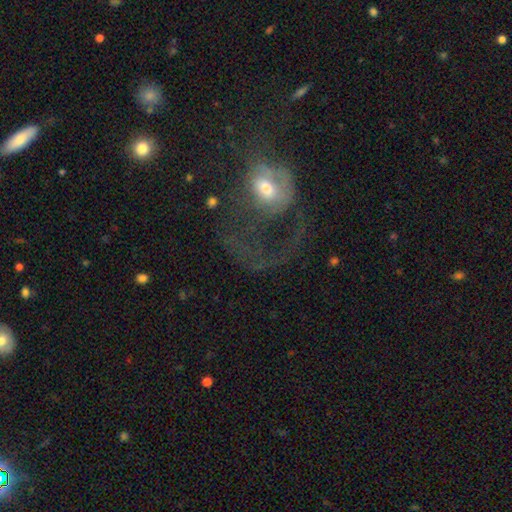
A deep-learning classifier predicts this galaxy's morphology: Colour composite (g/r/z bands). It shows a featured or disk galaxy (52%). Merging: major disturbance (53%).